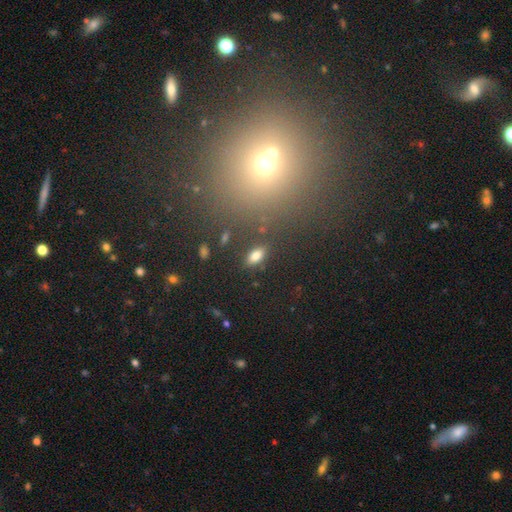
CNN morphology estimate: Q: Smooth or featured?
A: smooth (80%); runner-up: star or artifact (12%)
Q: How rounded?
A: in between (88%); runner-up: cigar-shaped (7%)
Q: Merging?
A: none (83%); runner-up: minor disturbance (10%)